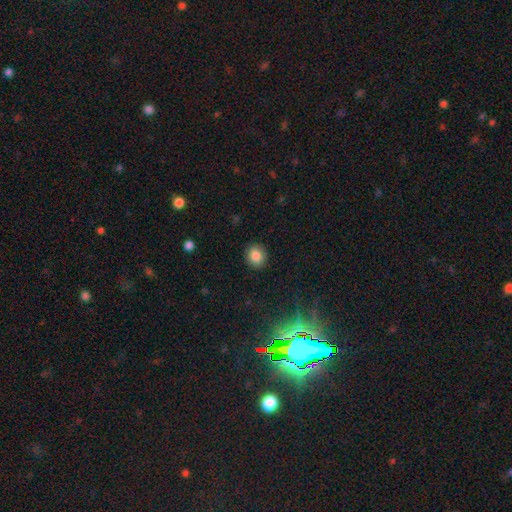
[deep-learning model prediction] This is clearly a smooth galaxy (84%). How rounded: likely round (73%). Merging: clearly none (89%).